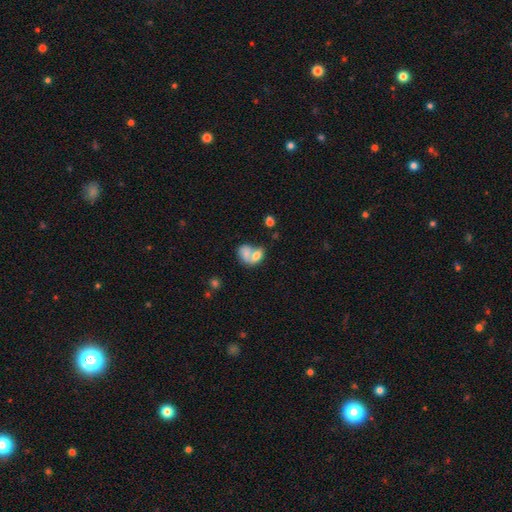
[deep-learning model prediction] Smooth or featured? Predicted: smooth (p=0.68). How rounded? Predicted: in between (p=0.75). Merging? Predicted: merger (p=0.69).